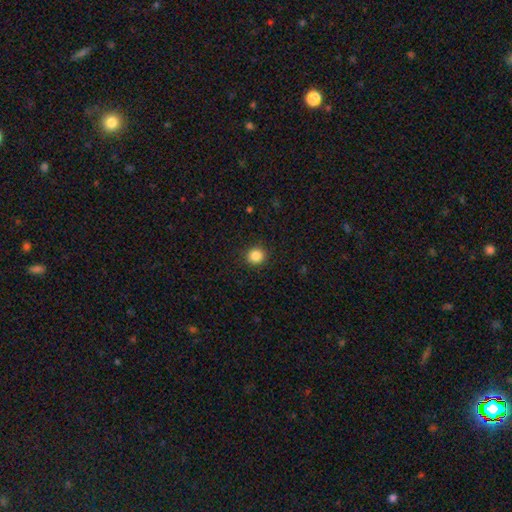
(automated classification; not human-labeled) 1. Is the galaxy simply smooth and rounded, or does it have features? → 86% smooth, 10% star or artifact, 4% featured or disk.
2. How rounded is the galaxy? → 89% round, 10% in between, 1% cigar-shaped.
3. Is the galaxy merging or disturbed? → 91% none, 6% minor disturbance, 2% major disturbance, 1% merger.